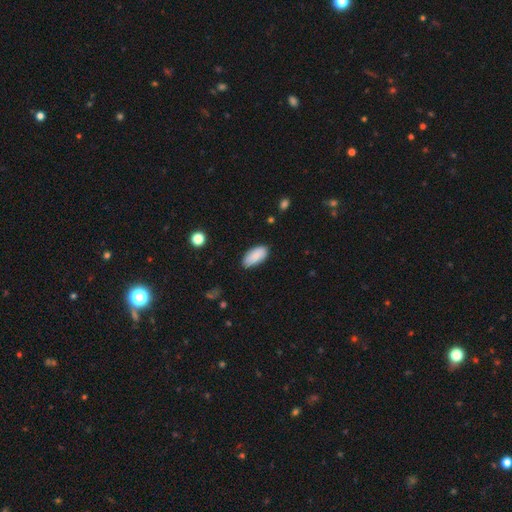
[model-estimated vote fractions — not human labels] Smooth or featured?
  - smooth: 89% *
  - star or artifact: 6%
  - featured or disk: 5%
How rounded?
  - in between: 91% *
  - cigar-shaped: 7%
  - round: 2%
Merging?
  - none: 85% *
  - minor disturbance: 11%
  - major disturbance: 2%
  - merger: 1%